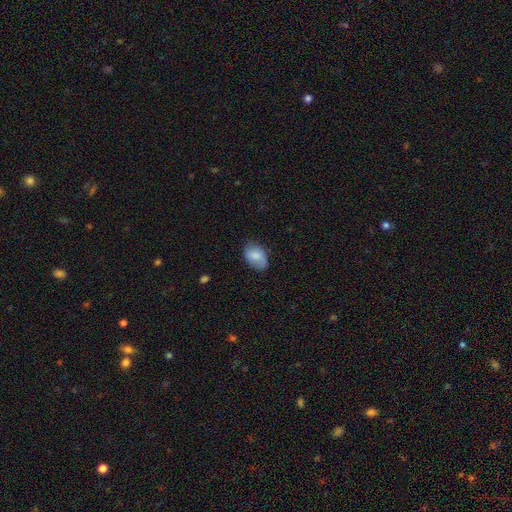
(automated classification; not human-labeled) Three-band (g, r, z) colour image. It shows a smooth galaxy with no disk features (75%) that is in between round and cigar-shaped (84%). Merging: none (68%).